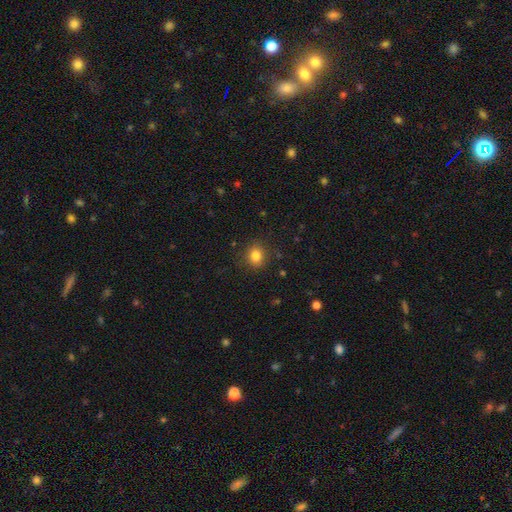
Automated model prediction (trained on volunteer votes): Smooth or featured?
  - smooth: 81% *
  - star or artifact: 12%
  - featured or disk: 7%
How rounded?
  - round: 74% *
  - in between: 25%
  - cigar-shaped: 1%
Merging?
  - none: 87% *
  - minor disturbance: 9%
  - major disturbance: 3%
  - merger: 1%